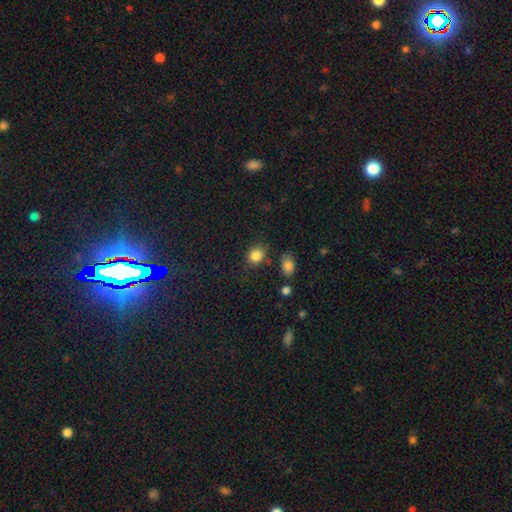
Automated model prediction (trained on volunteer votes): Smooth or featured?
  - smooth: 85% *
  - star or artifact: 10%
  - featured or disk: 5%
How rounded?
  - round: 63% *
  - in between: 36%
  - cigar-shaped: 1%
Merging?
  - none: 75% *
  - minor disturbance: 15%
  - merger: 5%
  - major disturbance: 5%